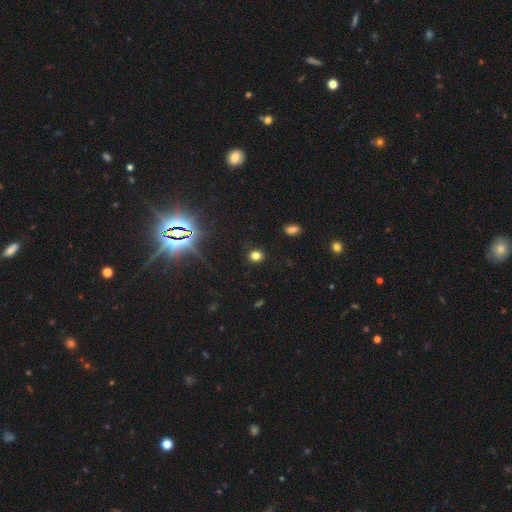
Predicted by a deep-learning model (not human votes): The model was most divided on "smooth or featured": smooth: 74%, star or artifact: 21%, featured or disk: 5%. More confident: merging — none (88%); how rounded — round (78%).